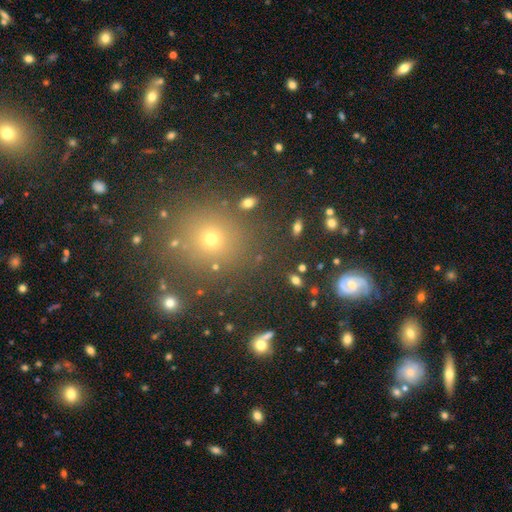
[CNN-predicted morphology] Q: Smooth or featured?
A: smooth (52%); runner-up: star or artifact (38%)
Q: How rounded?
A: round (85%); runner-up: in between (14%)
Q: Merging?
A: none (85%); runner-up: minor disturbance (8%)